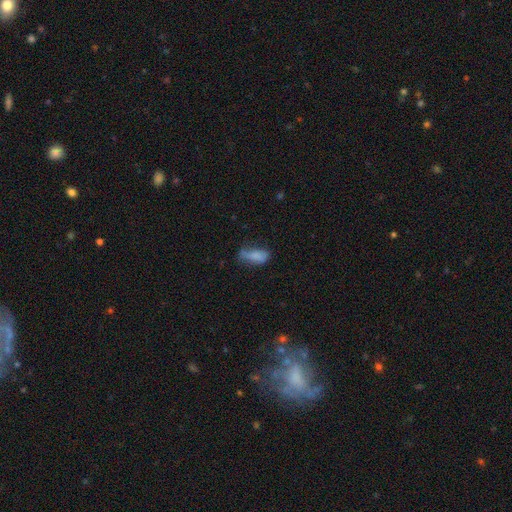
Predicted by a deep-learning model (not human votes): Morphology: type=smooth (73%); roundness=in between (79%); merging=none (37%).